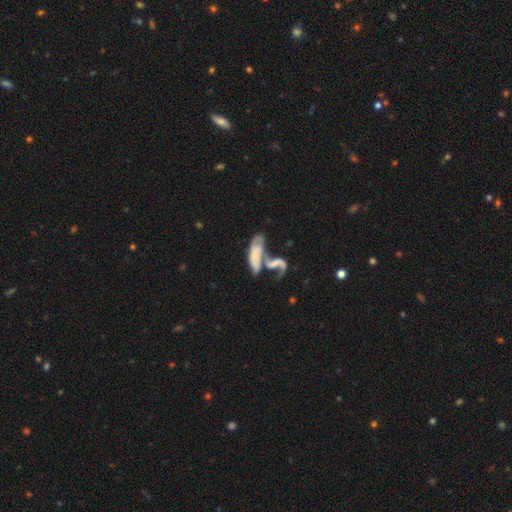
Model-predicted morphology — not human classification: Smooth or featured?
  - featured or disk: 56% *
  - smooth: 36%
  - star or artifact: 8%
Edge-on disk?
  - no: 87% *
  - yes: 13%
Merging?
  - merger: 64% *
  - major disturbance: 14%
  - none: 14%
  - minor disturbance: 8%